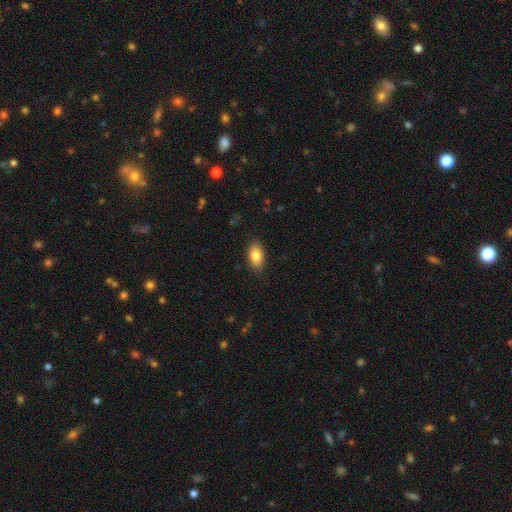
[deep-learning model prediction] This appears to be a smooth galaxy with no disk features (84%) that is in between round and cigar-shaped (92%). Merging: none (87%).